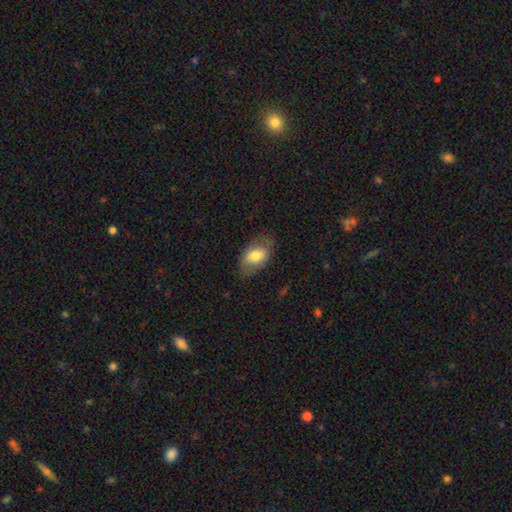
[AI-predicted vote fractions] A smooth galaxy with no disk features (72%) that is in between round and cigar-shaped (88%).

Vote fractions:
- Smooth or featured? smooth: 72% / featured or disk: 21% / star or artifact: 7%
- How rounded? in between: 88% / round: 10% / cigar-shaped: 1%
- Merging? none: 72% / minor disturbance: 20% / major disturbance: 7% / merger: 1%